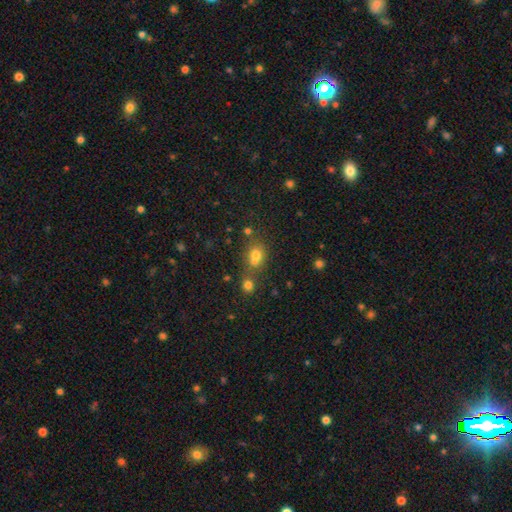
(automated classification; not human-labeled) A smooth galaxy with no disk features (68%) that is round (69%). Merging: merger (46%).